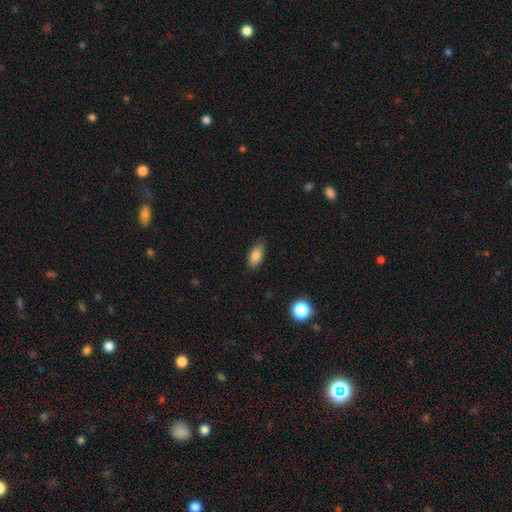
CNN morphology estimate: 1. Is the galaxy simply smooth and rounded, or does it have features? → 83% smooth, 9% featured or disk, 8% star or artifact.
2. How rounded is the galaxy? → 89% in between, 7% cigar-shaped, 4% round.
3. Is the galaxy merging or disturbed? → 85% none, 12% minor disturbance, 2% major disturbance, 1% merger.